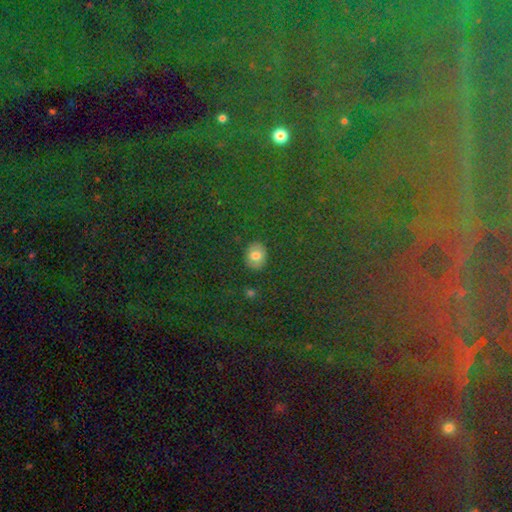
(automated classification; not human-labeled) smooth-or-featured: smooth: 72% | star or artifact: 17% | featured or disk: 11%
  how-rounded: round: 55% | in between: 44% | cigar-shaped: 1%
  merging: none: 87% | minor disturbance: 9% | major disturbance: 3% | merger: 2%